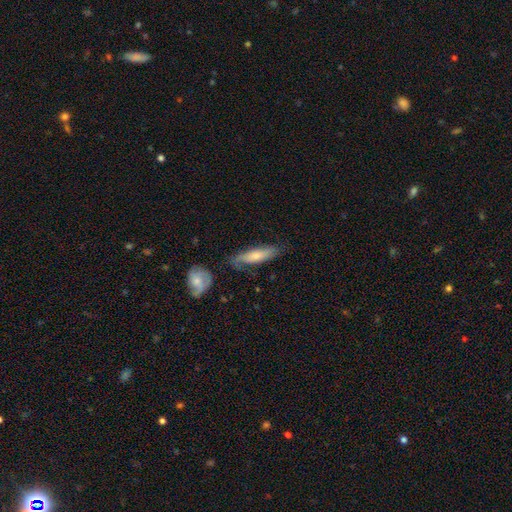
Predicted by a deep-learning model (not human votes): The model was most divided on "smooth or featured": smooth: 62%, featured or disk: 32%, star or artifact: 6%. More confident: merging — none (66%); how rounded — cigar-shaped (65%).